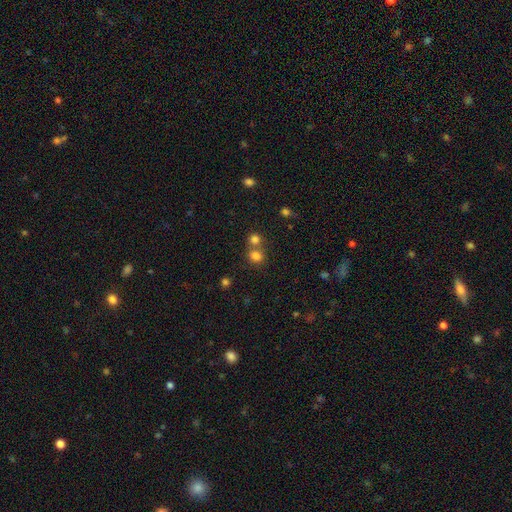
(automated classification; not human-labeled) This is likely a smooth galaxy (78%). How rounded: likely round (75%). Merging: possibly none (53%).